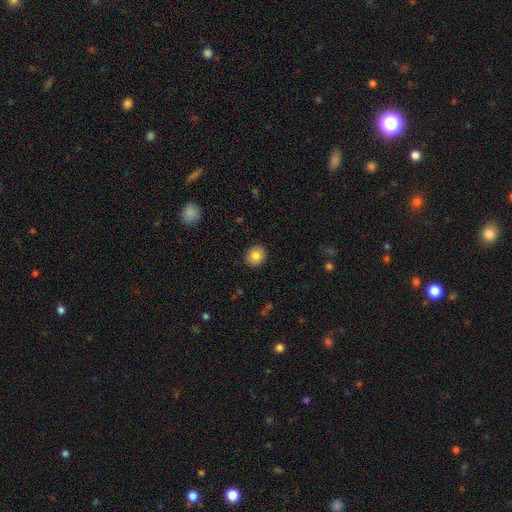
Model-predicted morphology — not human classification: A smooth galaxy with no disk features (84%) that is round (78%).

Vote fractions:
- Smooth or featured? smooth: 84% / star or artifact: 9% / featured or disk: 7%
- How rounded? round: 78% / in between: 21% / cigar-shaped: 1%
- Merging? none: 90% / minor disturbance: 7% / major disturbance: 2% / merger: 1%